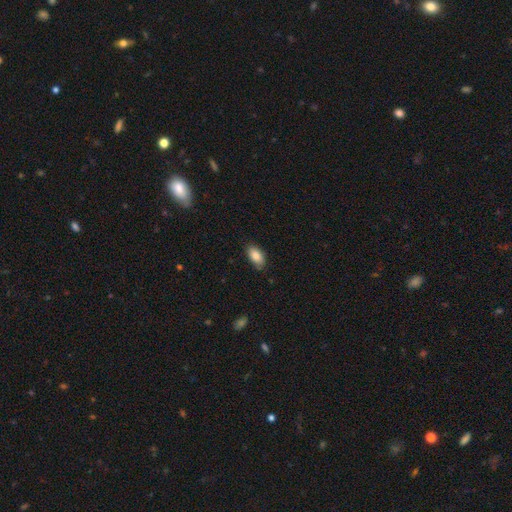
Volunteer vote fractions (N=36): This appears to be a smooth galaxy with no disk features (94%) that is in between round and cigar-shaped (91%). Merging: none (66%).